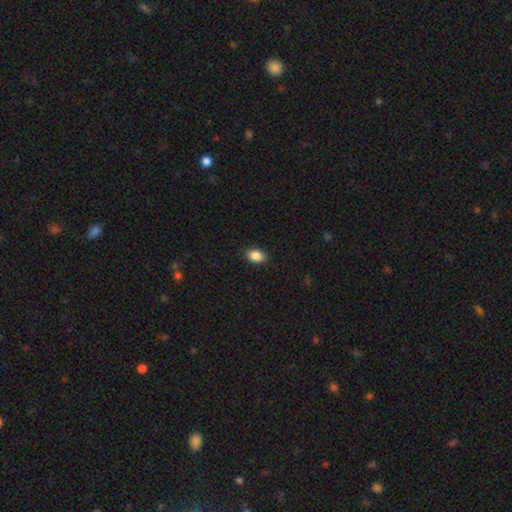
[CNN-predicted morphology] Smooth or featured?
  - smooth: 87% *
  - star or artifact: 9%
  - featured or disk: 4%
How rounded?
  - in between: 78% *
  - round: 21%
  - cigar-shaped: 1%
Merging?
  - none: 89% *
  - minor disturbance: 8%
  - major disturbance: 2%
  - merger: 1%